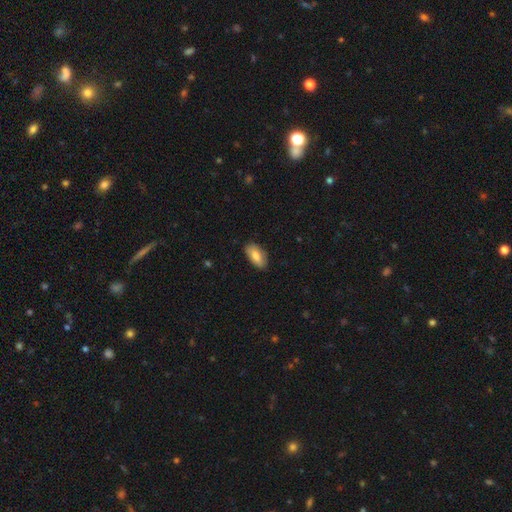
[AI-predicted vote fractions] Smooth or featured? smooth (80%)
How rounded? in between (92%)
Merging? none (84%)